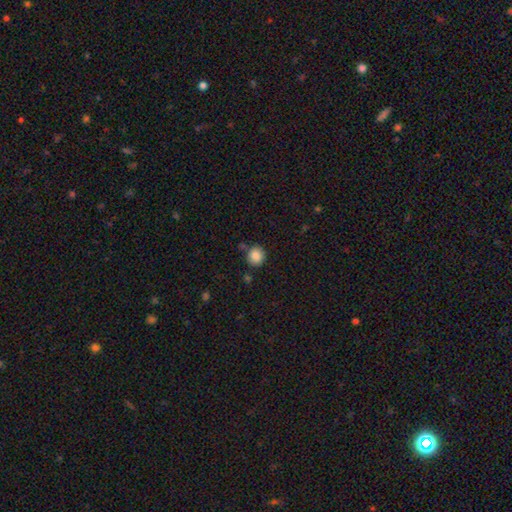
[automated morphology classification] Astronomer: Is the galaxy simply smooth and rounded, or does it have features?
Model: smooth — 86%.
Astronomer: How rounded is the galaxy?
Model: round — 83%.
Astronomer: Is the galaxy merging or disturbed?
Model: none — 80%.